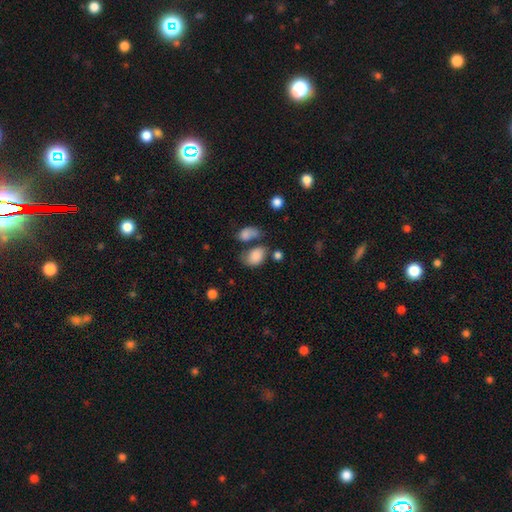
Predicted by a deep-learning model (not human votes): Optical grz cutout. It shows a smooth galaxy with no disk features (81%) that is in between round and cigar-shaped (76%). Merging: none (34%).